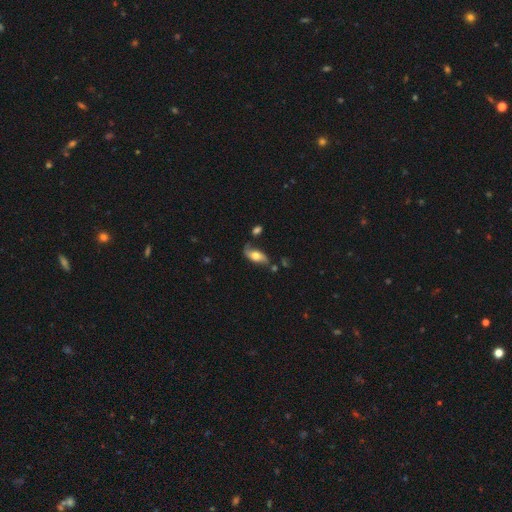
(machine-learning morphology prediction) Q: Smooth or featured?
A: featured or disk (50%); runner-up: smooth (43%)
Q: Edge-on disk?
A: no (76%); runner-up: yes (24%)
Q: Merging?
A: none (59%); runner-up: minor disturbance (24%)